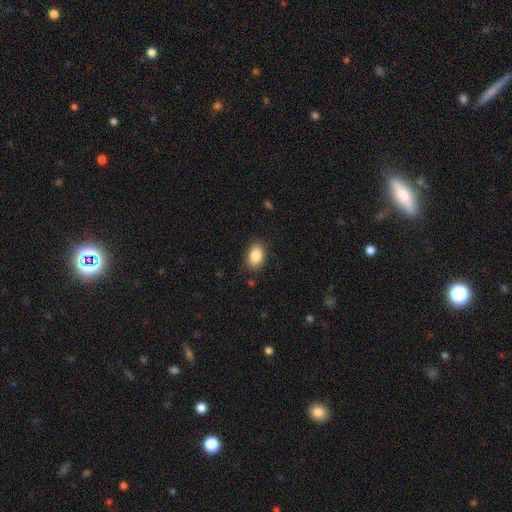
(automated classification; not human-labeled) smooth_or_featured: smooth (p=0.86) [alt: star or artifact p=0.08]
how_rounded: in between (p=0.84) [alt: round p=0.15]
merging: none (p=0.86) [alt: minor disturbance p=0.10]